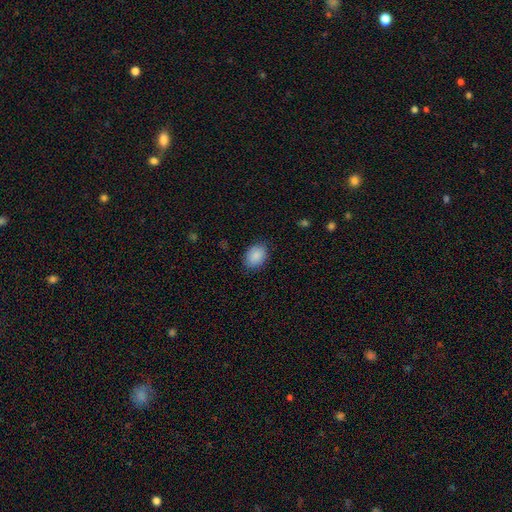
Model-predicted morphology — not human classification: A smooth galaxy with no disk features (89%) that is in between round and cigar-shaped (73%). Merging: none (85%).